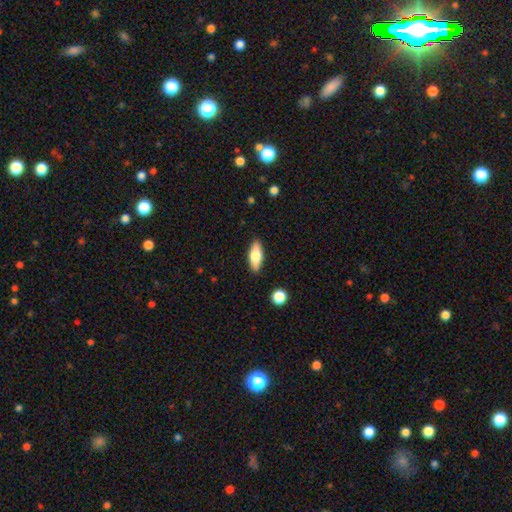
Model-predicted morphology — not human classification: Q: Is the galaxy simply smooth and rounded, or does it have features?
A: smooth — 69%.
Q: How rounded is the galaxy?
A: in between — 69%.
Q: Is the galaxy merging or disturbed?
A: none — 88%.